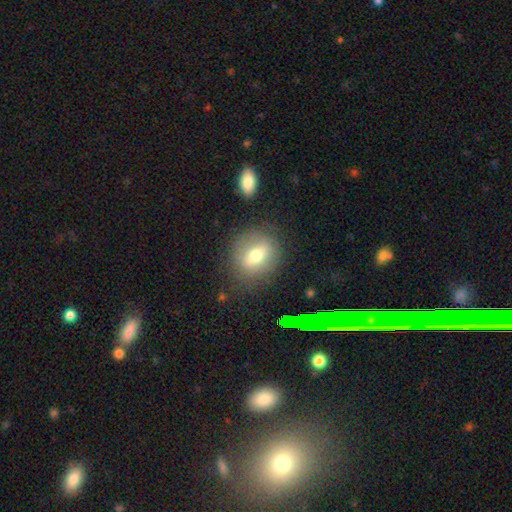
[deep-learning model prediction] A smooth galaxy with no disk features (60%) that is round (60%). Merging: none (79%).